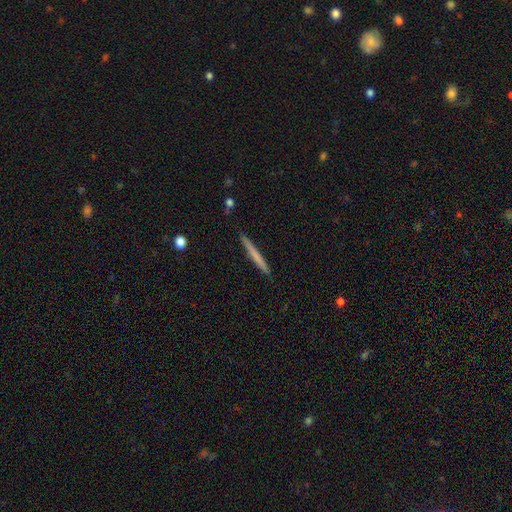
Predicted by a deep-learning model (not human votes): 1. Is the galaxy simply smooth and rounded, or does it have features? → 62% smooth, 33% featured or disk, 5% star or artifact.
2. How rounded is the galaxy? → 97% cigar-shaped, 2% in between, 1% round.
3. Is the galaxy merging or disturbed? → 91% none, 7% minor disturbance, 1% major disturbance, 1% merger.